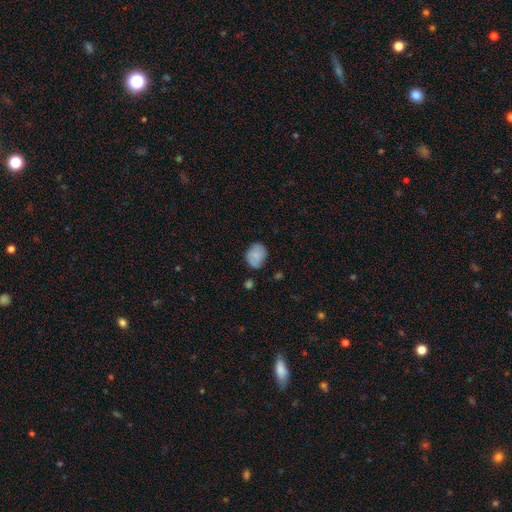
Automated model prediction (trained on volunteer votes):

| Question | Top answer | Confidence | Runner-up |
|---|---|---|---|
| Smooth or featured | smooth | 76% | featured or disk (16%) |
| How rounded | in between | 51% | round (48%) |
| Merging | none | 67% | minor disturbance (25%) |